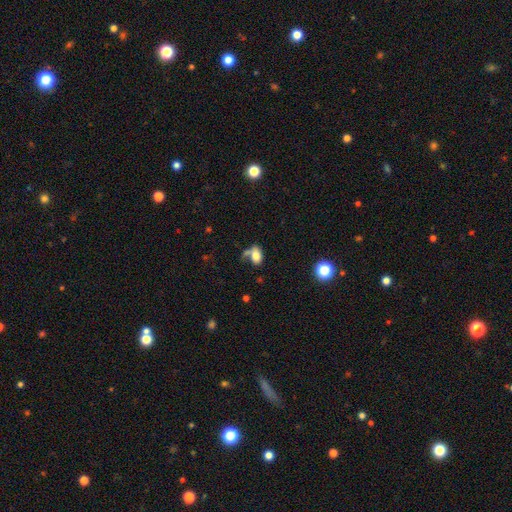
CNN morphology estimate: Smooth or featured: smooth — 76% (featured or disk — 14%)
How rounded: in between — 86% (round — 12%)
Merging: none — 40% (merger — 27%)